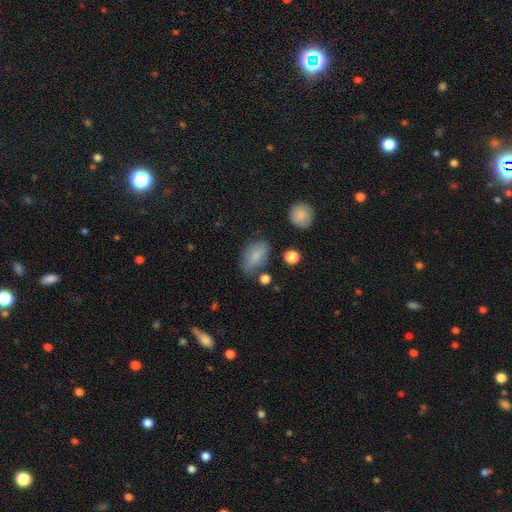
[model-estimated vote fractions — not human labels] Smooth or featured?
  - smooth: 80% *
  - featured or disk: 11%
  - star or artifact: 9%
How rounded?
  - in between: 88% *
  - round: 9%
  - cigar-shaped: 3%
Merging?
  - none: 62% *
  - minor disturbance: 26%
  - major disturbance: 8%
  - merger: 5%